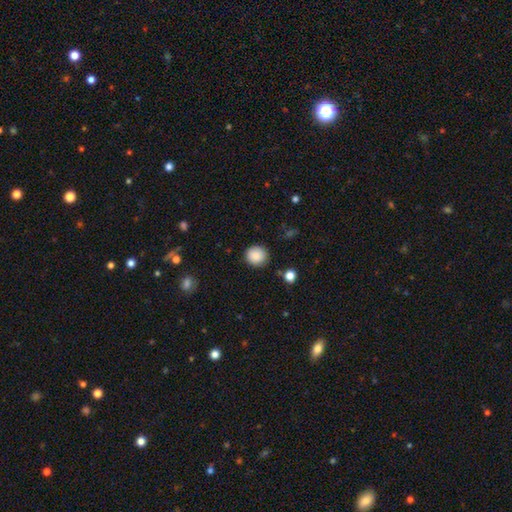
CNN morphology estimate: Smooth or featured? smooth (88%)
How rounded? round (88%)
Merging? none (87%)